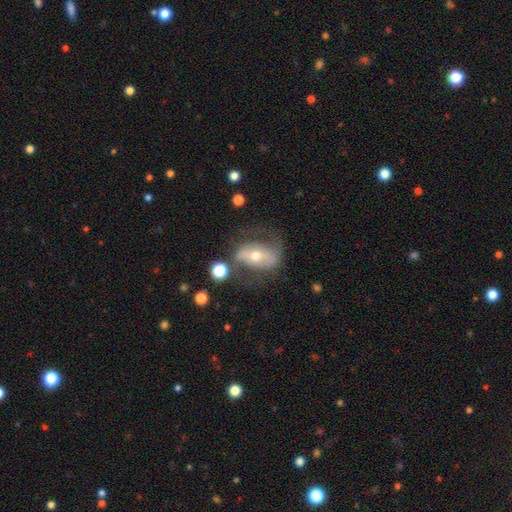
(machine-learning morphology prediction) A featured or disk galaxy (71%) with a strong bar (45%), spiral arms (74%) and a moderate central bulge (56%). Merging: none (55%).